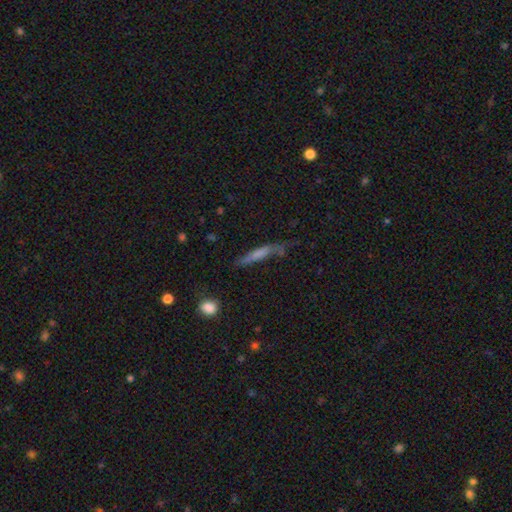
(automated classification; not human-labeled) smooth_or_featured: smooth (p=0.51) [alt: featured or disk p=0.38]
how_rounded: cigar-shaped (p=0.91) [alt: in between p=0.07]
merging: none (p=0.63) [alt: minor disturbance p=0.23]